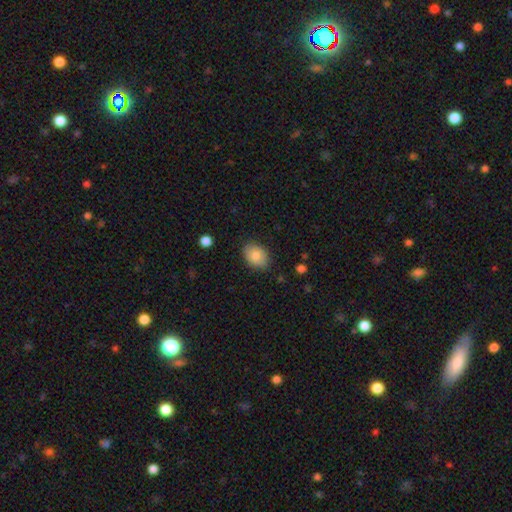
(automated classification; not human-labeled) Overall: smooth (85%). How rounded: in between (73%). Merging: none (84%).